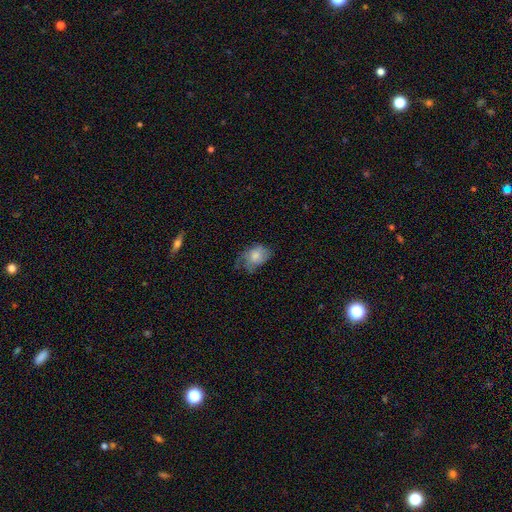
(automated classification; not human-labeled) Smooth or featured? Predicted: smooth (p=0.66). How rounded? Predicted: in between (p=0.77). Merging? Predicted: none (p=0.40).